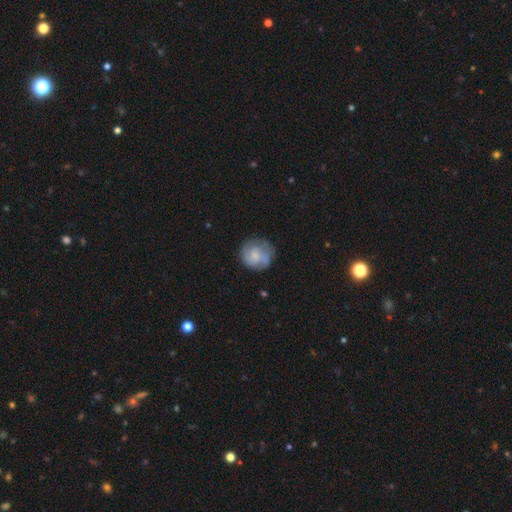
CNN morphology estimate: A smooth galaxy with no disk features (52%) that is round (87%).

Vote fractions:
- Smooth or featured? smooth: 52% / featured or disk: 41% / star or artifact: 7%
- How rounded? round: 87% / in between: 12% / cigar-shaped: 1%
- Merging? none: 70% / minor disturbance: 20% / major disturbance: 8% / merger: 2%